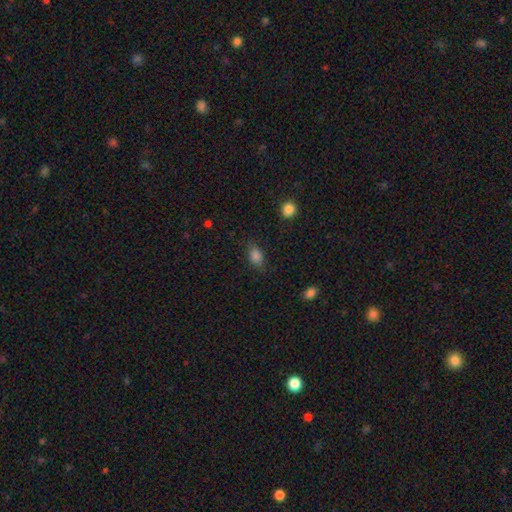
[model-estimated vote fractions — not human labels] Smooth or featured: smooth — 85% (star or artifact — 10%)
How rounded: in between — 80% (round — 17%)
Merging: none — 77% (minor disturbance — 17%)